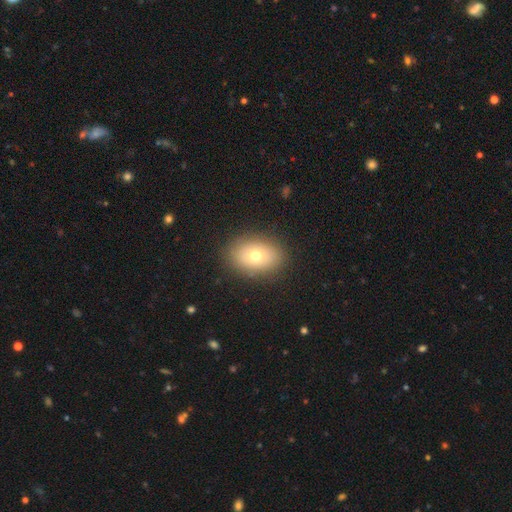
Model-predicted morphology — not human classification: Overall: smooth (70%). How rounded: in between (75%). Merging: none (87%).